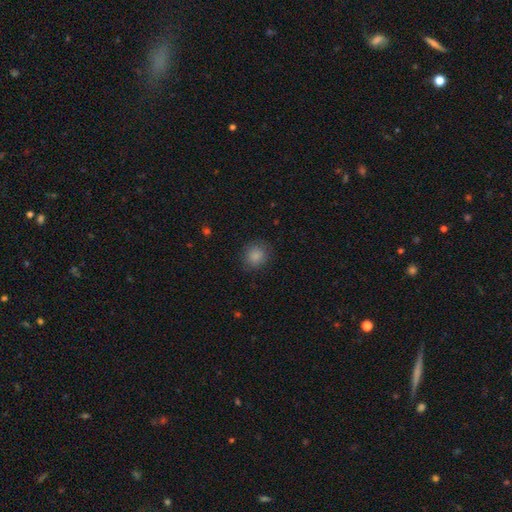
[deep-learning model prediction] smooth-or-featured: smooth: 86% | star or artifact: 9% | featured or disk: 5%
  how-rounded: round: 82% | in between: 17% | cigar-shaped: 1%
  merging: none: 83% | minor disturbance: 12% | major disturbance: 4% | merger: 1%